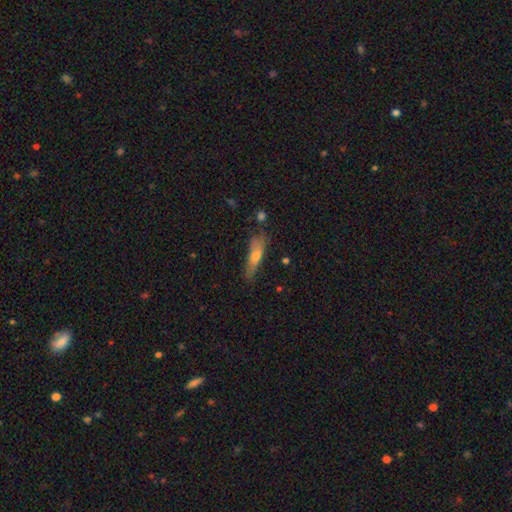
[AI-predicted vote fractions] The model was most divided on "smooth or featured": smooth: 59%, featured or disk: 34%, star or artifact: 7%. More confident: how rounded — cigar-shaped (75%); merging — none (66%).